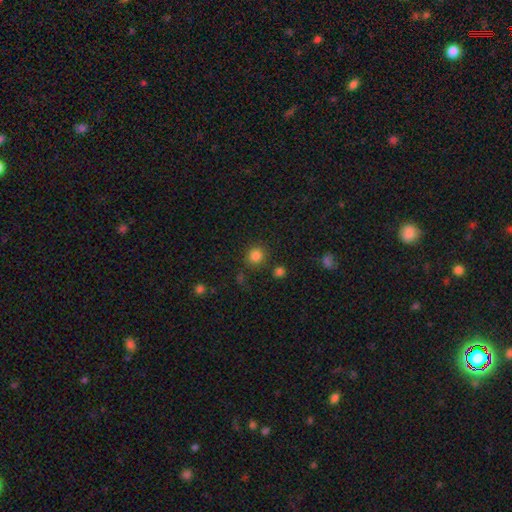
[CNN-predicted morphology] smooth 83%, star or artifact 12%, featured or disk 4%. Down the decision tree: how rounded — round (87%); merging — none (84%).